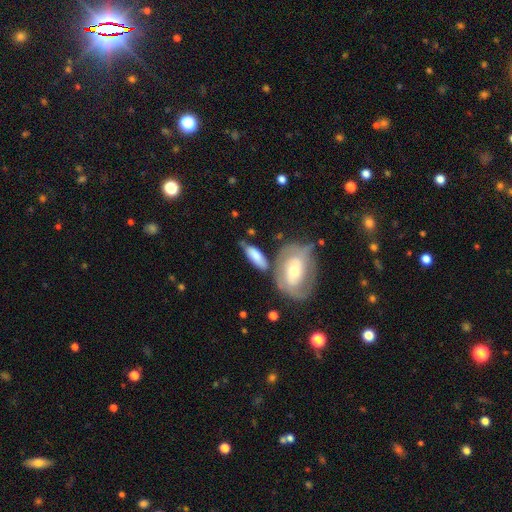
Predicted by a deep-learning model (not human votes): A smooth galaxy with no disk features (65%) that is in between round and cigar-shaped (73%).

Vote fractions:
- Smooth or featured? smooth: 65% / featured or disk: 29% / star or artifact: 6%
- How rounded? in between: 73% / cigar-shaped: 23% / round: 4%
- Merging? none: 51% / merger: 20% / minor disturbance: 20% / major disturbance: 8%